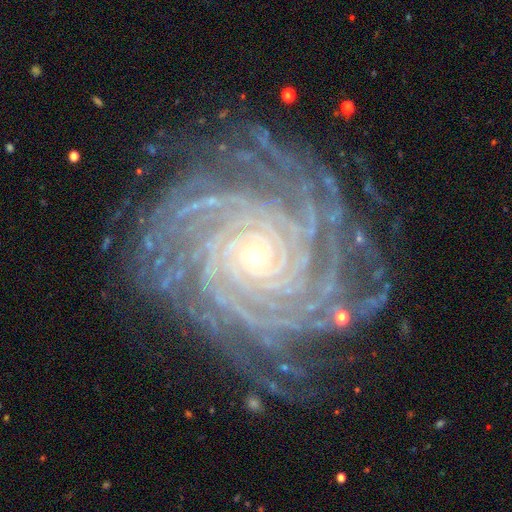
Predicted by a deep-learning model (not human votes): smooth-or-featured: featured or disk: 92% | star or artifact: 5% | smooth: 3%
  disk-edge-on: no: 98% | yes: 2%
    bar: no: 76% | weak: 15% | strong: 9%
    has-spiral-arms: yes: 99% | no: 1%
      spiral-winding: tight: 87% | medium: 11% | loose: 2%
      spiral-arm-count: more than 4: 45% | 4: 17% | can't tell: 13% | 3: 9% | 2: 8% | 1: 8%
    bulge-size: small: 80% | moderate: 17% | large: 1% | none: 1% | dominant: 1%
  merging: none: 82% | minor disturbance: 12% | major disturbance: 4% | merger: 1%